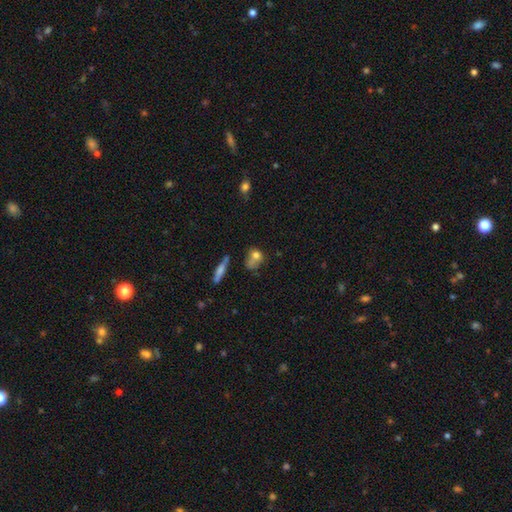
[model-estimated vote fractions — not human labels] Q: Smooth or featured?
A: smooth (70%); runner-up: featured or disk (18%)
Q: How rounded?
A: round (50%); runner-up: in between (44%)
Q: Merging?
A: none (38%); runner-up: merger (24%)